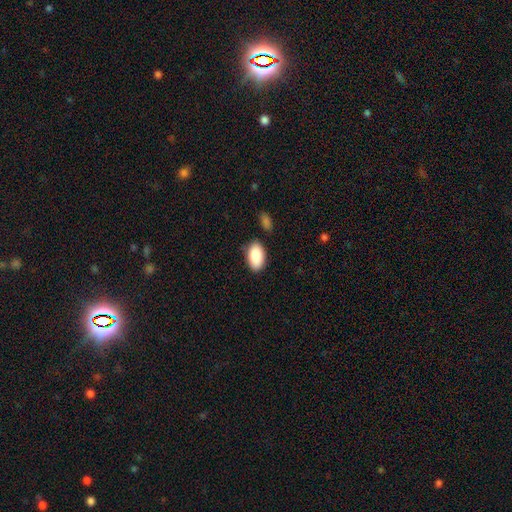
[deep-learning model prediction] Smooth or featured? Predicted: smooth (p=0.90). How rounded? Predicted: in between (p=0.94). Merging? Predicted: none (p=0.80).